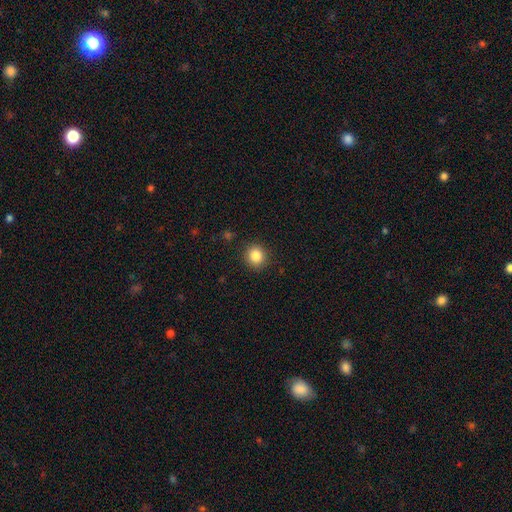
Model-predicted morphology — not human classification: The model was most divided on "smooth or featured": smooth: 85%, star or artifact: 10%, featured or disk: 4%. More confident: merging — none (89%); how rounded — round (88%).